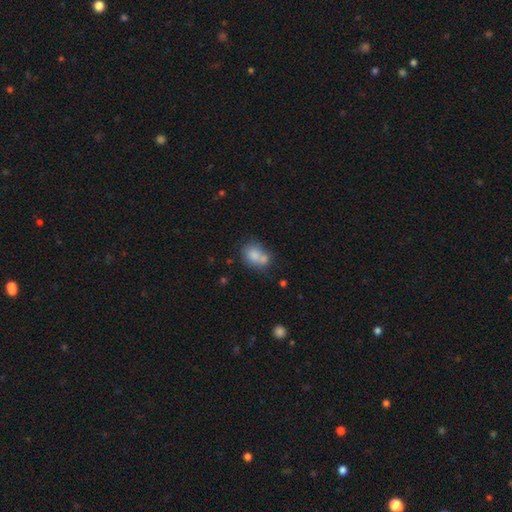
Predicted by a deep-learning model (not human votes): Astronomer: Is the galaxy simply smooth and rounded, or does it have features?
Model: smooth — 76%.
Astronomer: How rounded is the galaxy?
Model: in between — 64%.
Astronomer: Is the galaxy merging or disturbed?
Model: merger — 40% (runner-up: none, 36%).